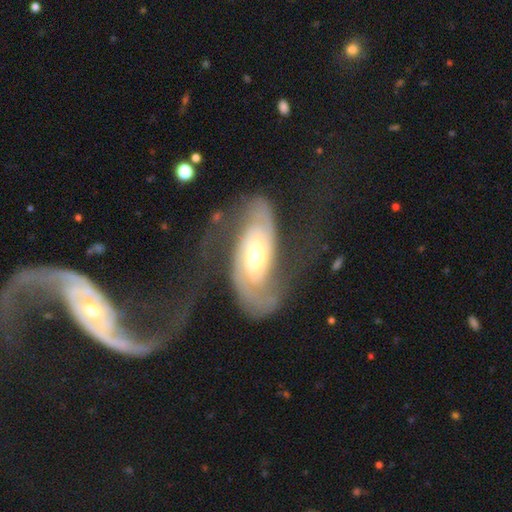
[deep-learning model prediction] A featured or disk galaxy (83%) with no bar (56%), 2 (78%) medium (41%) spiral arms (94%) and a moderate central bulge (60%).

Vote fractions:
- Smooth or featured? featured or disk: 83% / smooth: 12% / star or artifact: 5%
- Edge-on disk? no: 94% / yes: 6%
- Bar? no: 56% / weak: 30% / strong: 14%
- Spiral arms? yes: 94% / no: 6%
- Spiral winding? medium: 41% / tight: 31% / loose: 28%
- Spiral arm count? 2: 78% / can't tell: 9% / 1: 6% / 3: 3% / 4: 2% / more than 4: 2%
- Bulge size? moderate: 60% / small: 26% / large: 10% / dominant: 2% / none: 1%
- Merging? none: 51% / major disturbance: 30% / minor disturbance: 16% / merger: 3%